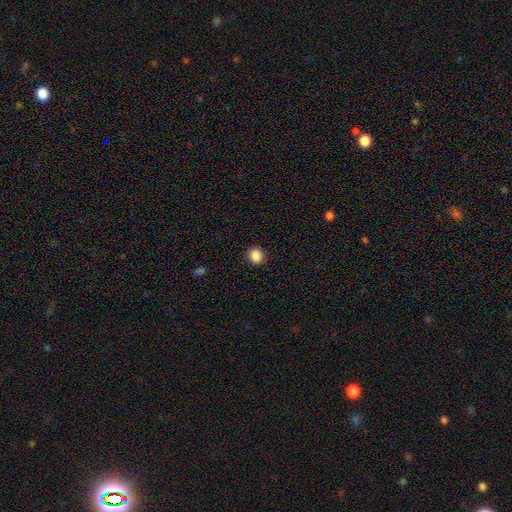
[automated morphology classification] The model was most divided on "how rounded": round: 80%, in between: 19%, cigar-shaped: 1%. More confident: merging — none (92%); smooth or featured — smooth (87%).